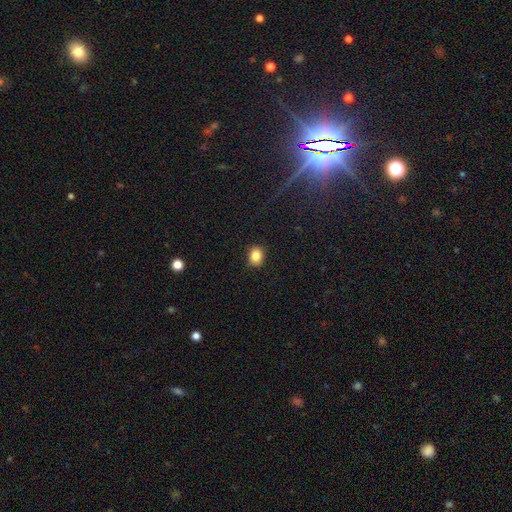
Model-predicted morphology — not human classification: smooth 85%, star or artifact 10%, featured or disk 5%. Down the decision tree: how rounded — round (54%); merging — none (88%).